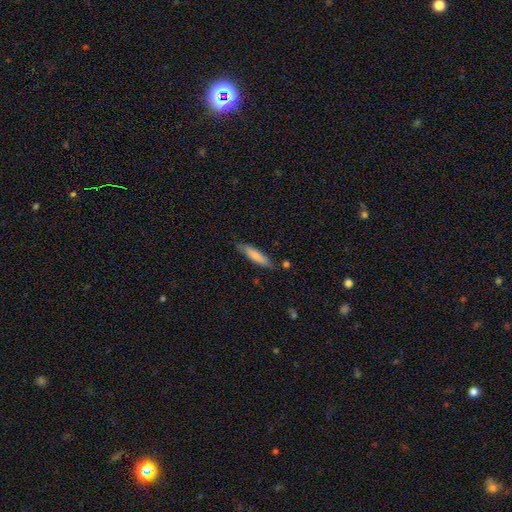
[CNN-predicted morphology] Smooth or featured? Predicted: smooth (p=0.78). How rounded? Predicted: cigar-shaped (p=0.80). Merging? Predicted: none (p=0.80).